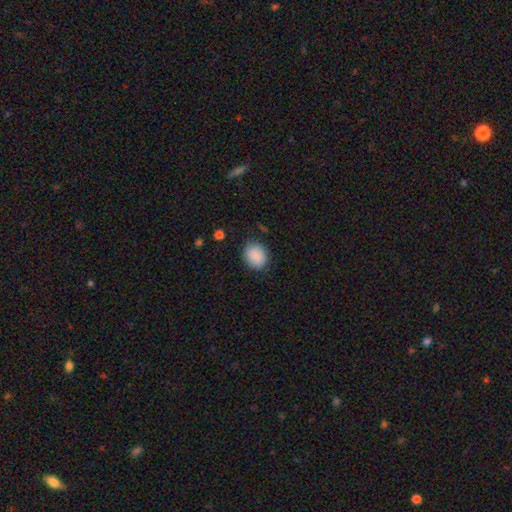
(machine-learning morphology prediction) smooth 89%, star or artifact 7%, featured or disk 4%. Down the decision tree: how rounded — round (61%); merging — none (84%).